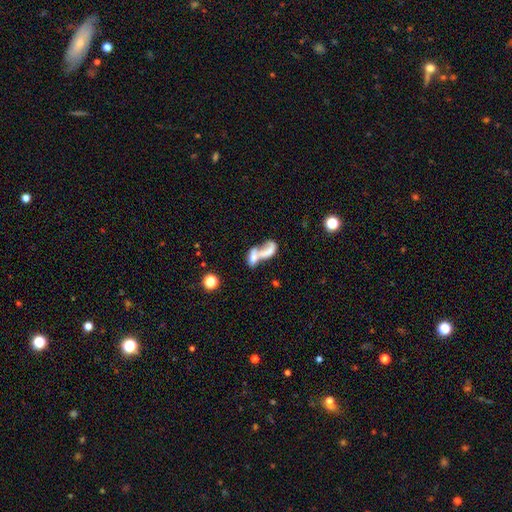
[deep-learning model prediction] smooth 44%, featured or disk 43%, star or artifact 13%. Down the decision tree: merging — merger (65%).